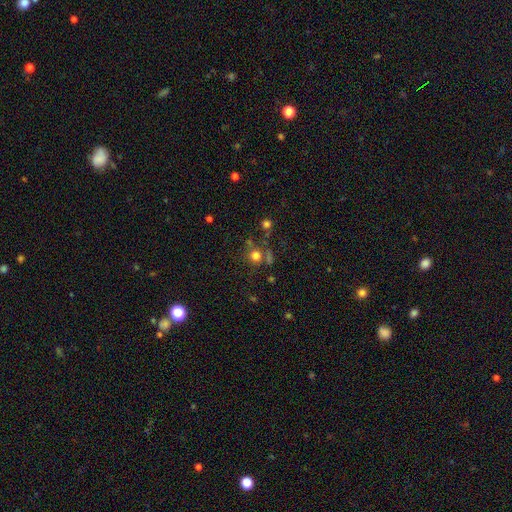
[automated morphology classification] smooth-or-featured: smooth: 72% | star or artifact: 19% | featured or disk: 9%
  how-rounded: round: 88% | in between: 10% | cigar-shaped: 1%
  merging: none: 67% | merger: 15% | minor disturbance: 11% | major disturbance: 6%